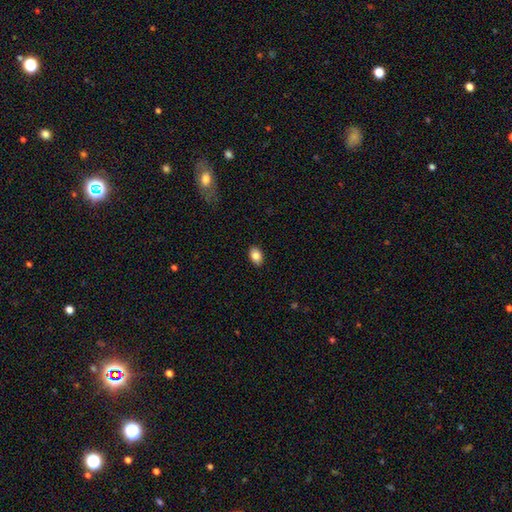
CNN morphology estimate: smooth-or-featured: smooth: 84% | star or artifact: 8% | featured or disk: 8%
  how-rounded: in between: 86% | round: 13% | cigar-shaped: 1%
  merging: none: 89% | minor disturbance: 8% | major disturbance: 2% | merger: 1%